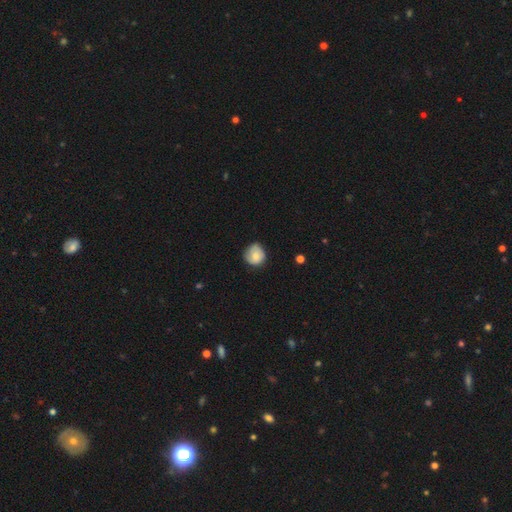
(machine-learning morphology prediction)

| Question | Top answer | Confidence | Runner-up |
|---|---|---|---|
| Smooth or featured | smooth | 74% | featured or disk (19%) |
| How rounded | round | 86% | in between (14%) |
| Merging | none | 64% | minor disturbance (29%) |